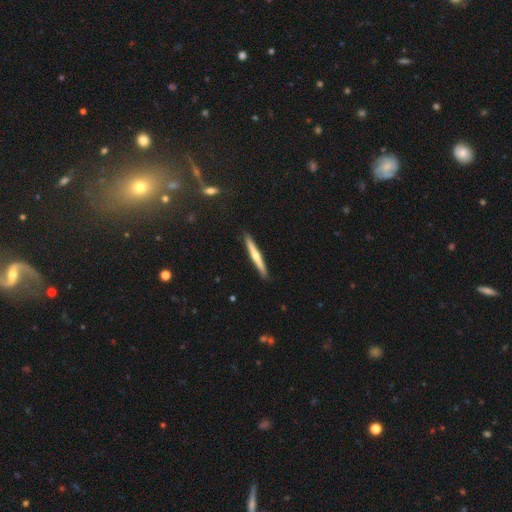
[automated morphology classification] smooth-or-featured: featured or disk: 61% | smooth: 34% | star or artifact: 5%
  disk-edge-on: yes: 97% | no: 3%
    edge-on-bulge: rounded: 82% | none: 15% | boxy: 4%
  merging: none: 91% | minor disturbance: 6% | major disturbance: 1% | merger: 1%